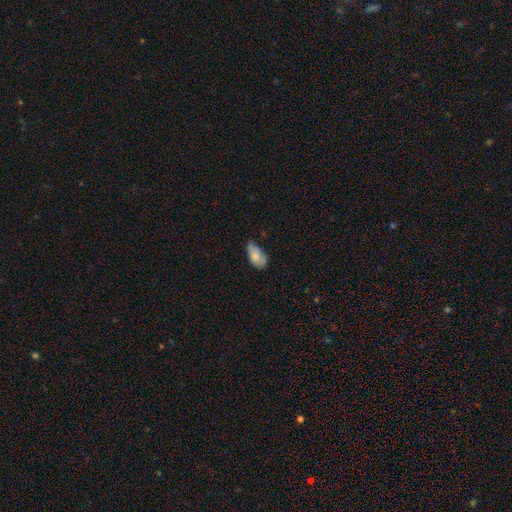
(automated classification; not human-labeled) Morphology: type=smooth (75%); roundness=in between (93%); merging=none (47%).